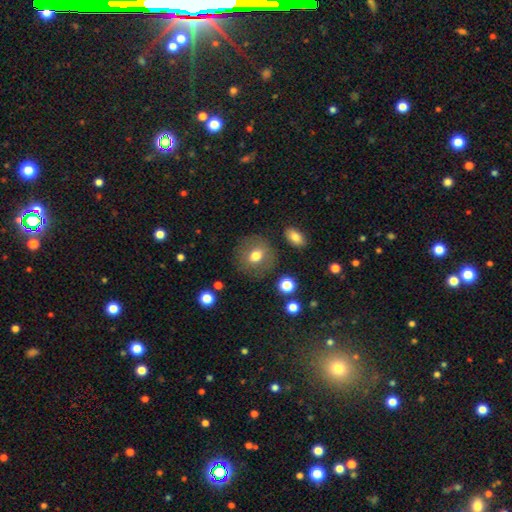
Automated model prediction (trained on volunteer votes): Smooth or featured?
  - smooth: 71% *
  - featured or disk: 18%
  - star or artifact: 10%
How rounded?
  - round: 79% *
  - in between: 20%
  - cigar-shaped: 1%
Merging?
  - none: 81% *
  - minor disturbance: 12%
  - major disturbance: 5%
  - merger: 3%